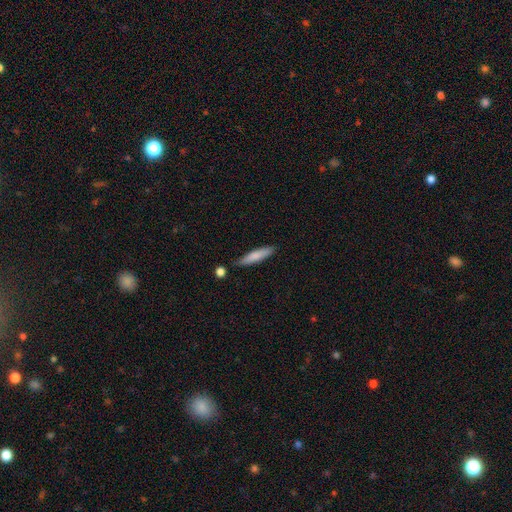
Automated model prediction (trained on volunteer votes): A smooth galaxy with no disk features (78%) that is cigar-shaped (83%). Merging: none (78%).